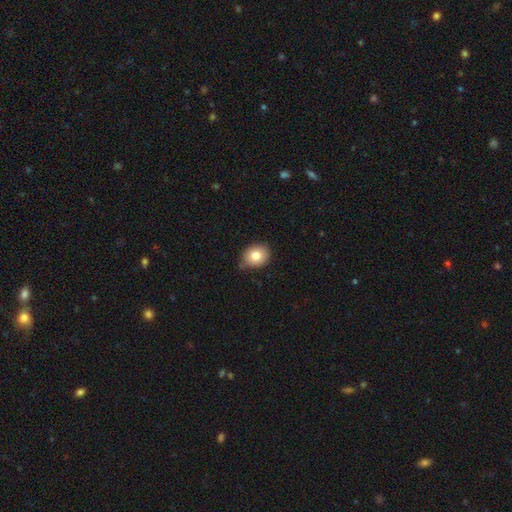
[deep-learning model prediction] smooth-or-featured: smooth: 79% | featured or disk: 11% | star or artifact: 10%
  how-rounded: round: 53% | in between: 46% | cigar-shaped: 1%
  merging: none: 75% | minor disturbance: 20% | major disturbance: 3% | merger: 2%